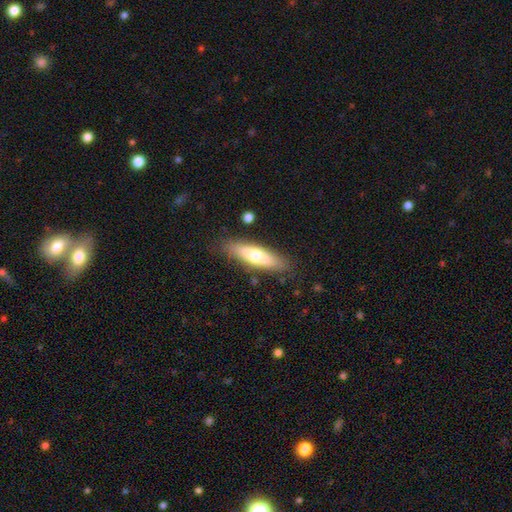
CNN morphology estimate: The model was most divided on "how rounded": cigar-shaped: 61%, in between: 37%, round: 2%. More confident: merging — none (84%); smooth or featured — smooth (61%).